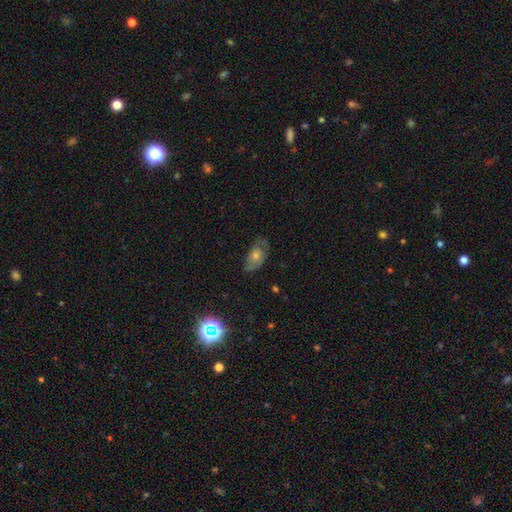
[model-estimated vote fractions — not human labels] smooth-or-featured: featured or disk: 52% | smooth: 31% | star or artifact: 17%
  disk-edge-on: no: 90% | yes: 10%
  merging: none: 69% | minor disturbance: 22% | major disturbance: 8% | merger: 1%